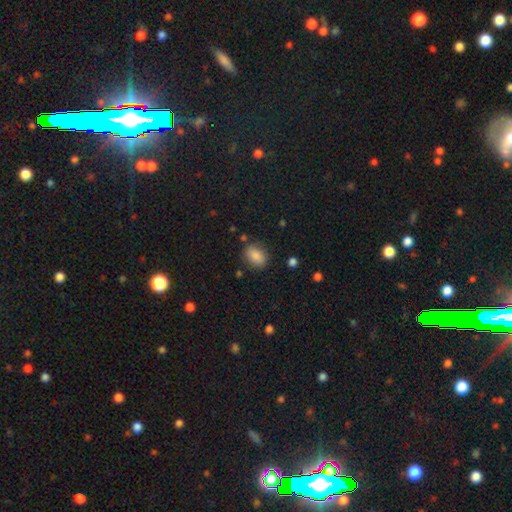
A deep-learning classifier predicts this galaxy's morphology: Smooth or featured?
  - smooth: 86% *
  - star or artifact: 8%
  - featured or disk: 6%
How rounded?
  - in between: 81% *
  - round: 17%
  - cigar-shaped: 2%
Merging?
  - none: 80% *
  - minor disturbance: 14%
  - major disturbance: 4%
  - merger: 2%